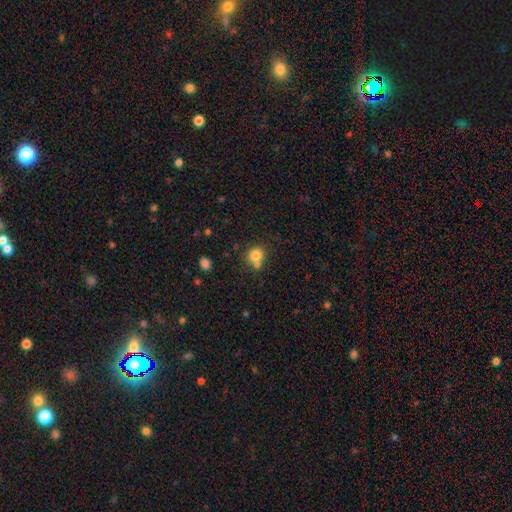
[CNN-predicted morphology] Smooth or featured? smooth (80%)
How rounded? round (83%)
Merging? none (56%)